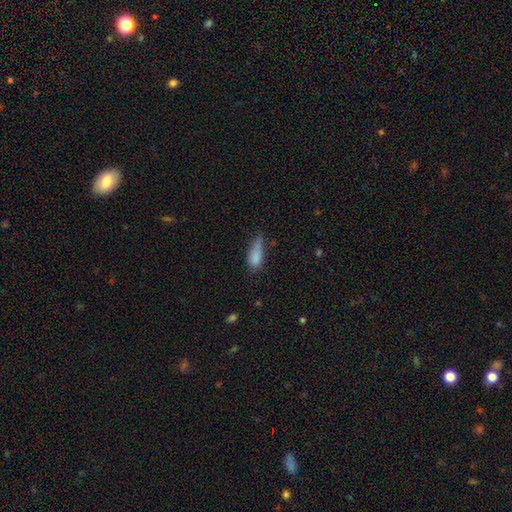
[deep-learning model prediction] A smooth galaxy with no disk features (80%) that is in between round and cigar-shaped (67%).

Vote fractions:
- Smooth or featured? smooth: 80% / featured or disk: 11% / star or artifact: 10%
- How rounded? in between: 67% / cigar-shaped: 30% / round: 4%
- Merging? minor disturbance: 40% / none: 34% / major disturbance: 20% / merger: 6%